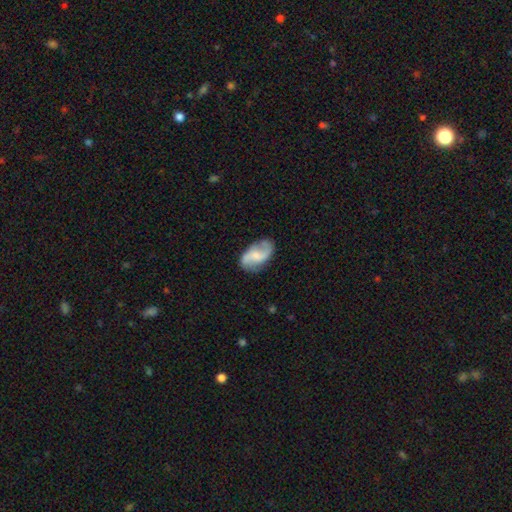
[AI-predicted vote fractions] Smooth or featured: featured or disk — 76% (smooth — 19%)
Edge-on disk: no — 97% (yes — 3%)
Bar: weak — 45% (no — 42%)
Spiral arms: yes — 94% (no — 6%)
Spiral winding: loose — 61% (medium — 30%)
Spiral arm count: 2 — 91% (can't tell — 4%)
Bulge size: small — 40% (moderate — 32%)
Merging: none — 76% (minor disturbance — 17%)